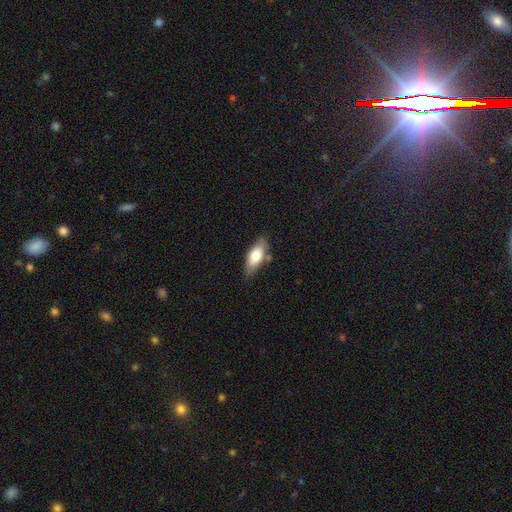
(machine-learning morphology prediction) Overall: smooth (73%). How rounded: in between (82%). Merging: none (75%).